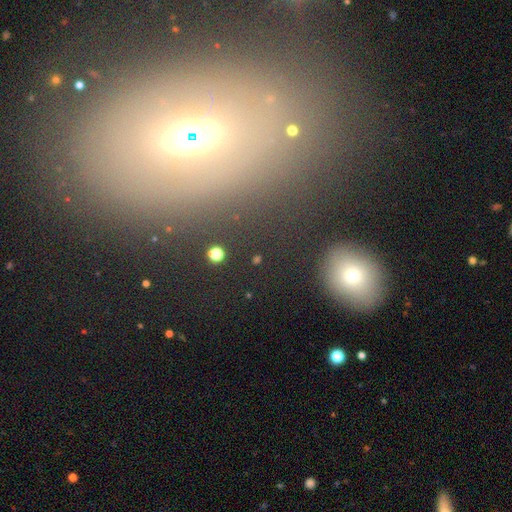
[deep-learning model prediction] A smooth galaxy with no disk features (46%). Merging: none (79%).